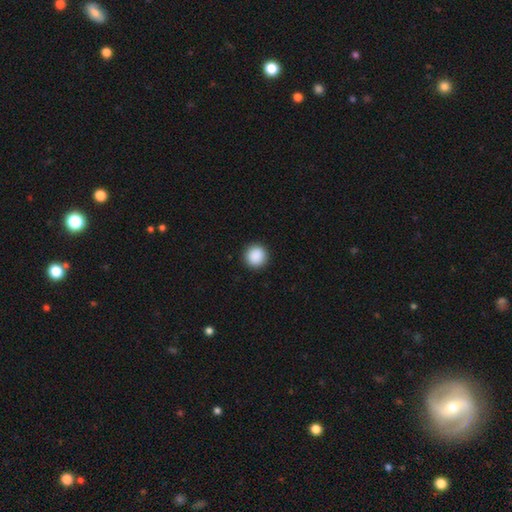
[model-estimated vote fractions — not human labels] The model was most divided on "smooth or featured": smooth: 89%, star or artifact: 8%, featured or disk: 2%. More confident: how rounded — round (95%); merging — none (93%).